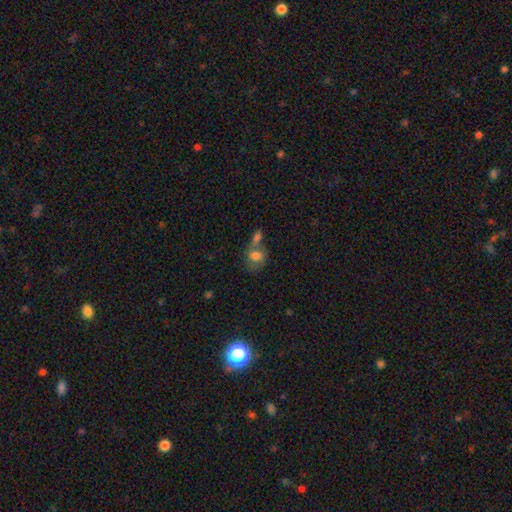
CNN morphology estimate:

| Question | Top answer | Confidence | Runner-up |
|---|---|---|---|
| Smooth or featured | smooth | 72% | featured or disk (18%) |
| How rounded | in between | 51% | round (47%) |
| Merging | merger | 45% | none (34%) |